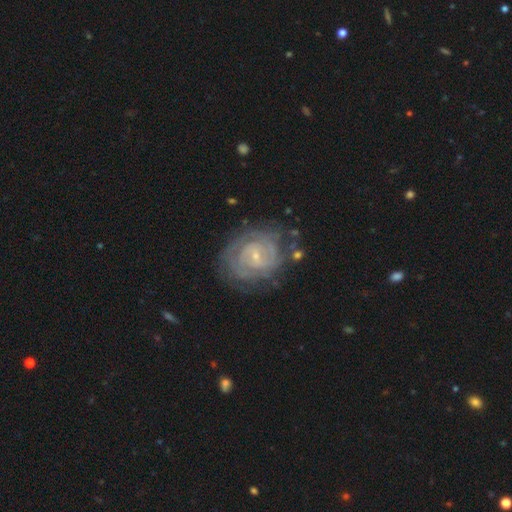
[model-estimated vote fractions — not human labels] Smooth or featured?
  - featured or disk: 81% *
  - smooth: 12%
  - star or artifact: 7%
Edge-on disk?
  - no: 97% *
  - yes: 3%
Bar?
  - weak: 45% *
  - no: 43%
  - strong: 11%
Spiral arms?
  - yes: 89% *
  - no: 11%
Spiral winding?
  - tight: 70% *
  - medium: 24%
  - loose: 6%
Spiral arm count?
  - can't tell: 44% *
  - 2: 27%
  - 3: 12%
  - 4: 8%
  - more than 4: 5%
  - 1: 5%
Bulge size?
  - small: 79% *
  - moderate: 16%
  - none: 3%
  - large: 1%
  - dominant: 1%
Merging?
  - none: 71% *
  - minor disturbance: 18%
  - major disturbance: 9%
  - merger: 3%